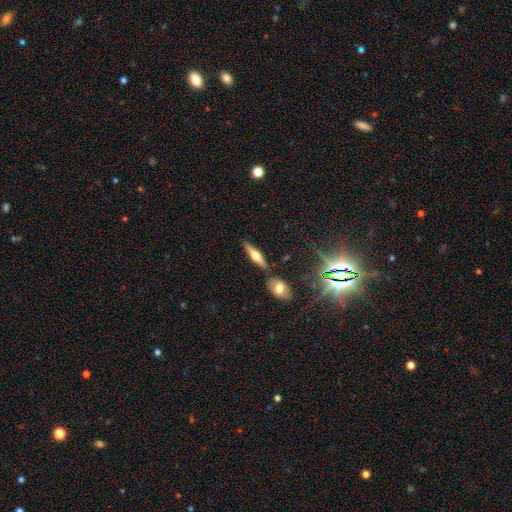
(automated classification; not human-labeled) The model was most divided on "smooth or featured": featured or disk: 53%, smooth: 39%, star or artifact: 9%. More confident: edge-on disk — yes (93%); merging — none (82%).